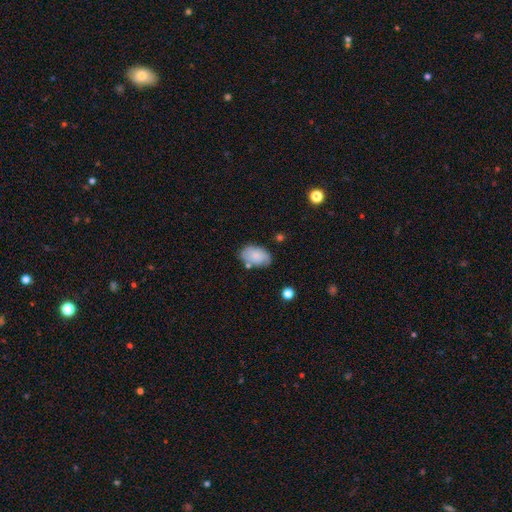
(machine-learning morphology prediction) This appears to be a smooth galaxy with no disk features (71%) that is in between round and cigar-shaped (91%). Merging: none (67%).